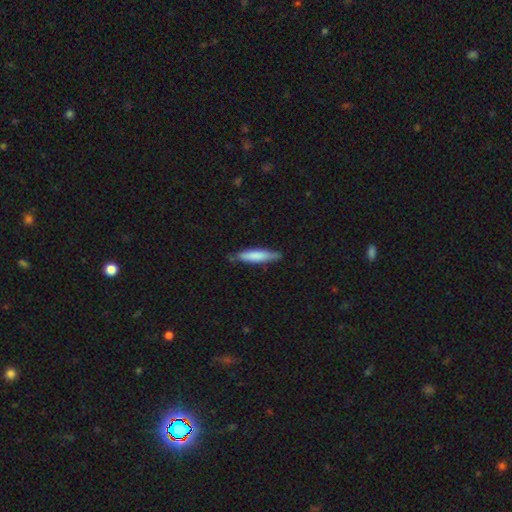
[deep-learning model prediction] A smooth galaxy with no disk features (75%) that is cigar-shaped (82%). Merging: none (77%).